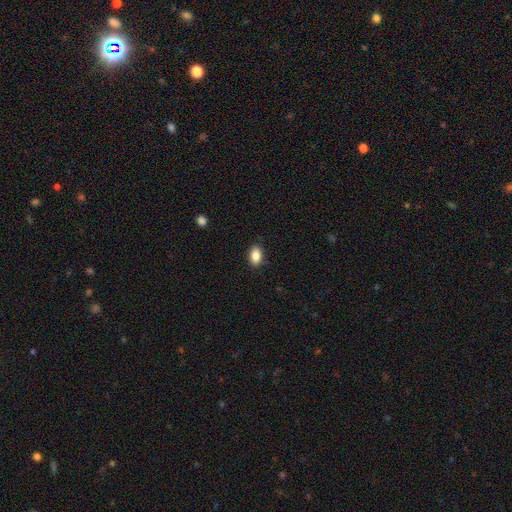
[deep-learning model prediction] Smooth or featured? Predicted: smooth (p=0.88). How rounded? Predicted: in between (p=0.89). Merging? Predicted: none (p=0.88).